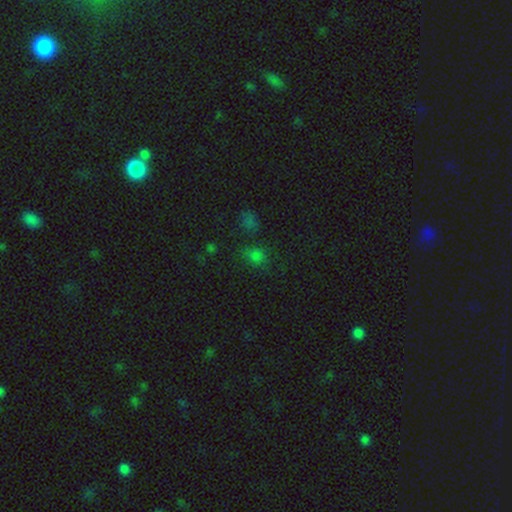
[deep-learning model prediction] Q: Smooth or featured?
A: smooth (63%); runner-up: star or artifact (31%)
Q: How rounded?
A: round (57%); runner-up: in between (41%)
Q: Merging?
A: none (63%); runner-up: minor disturbance (16%)